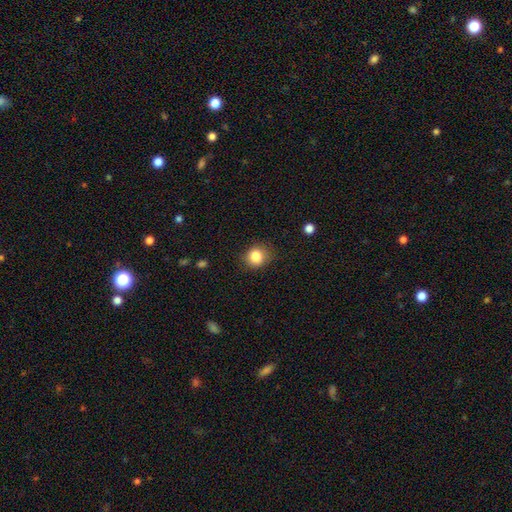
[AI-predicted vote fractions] Morphology: type=smooth (84%); roundness=round (74%); merging=none (80%).